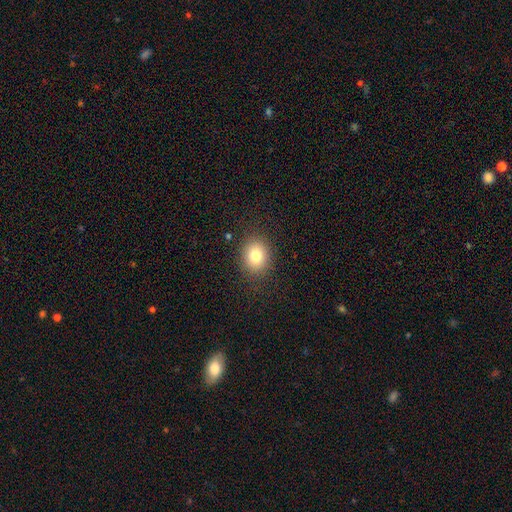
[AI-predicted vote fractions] A smooth galaxy with no disk features (80%) that is round (62%).

Vote fractions:
- Smooth or featured? smooth: 80% / star or artifact: 11% / featured or disk: 9%
- How rounded? round: 62% / in between: 37% / cigar-shaped: 1%
- Merging? none: 87% / minor disturbance: 8% / major disturbance: 3% / merger: 1%